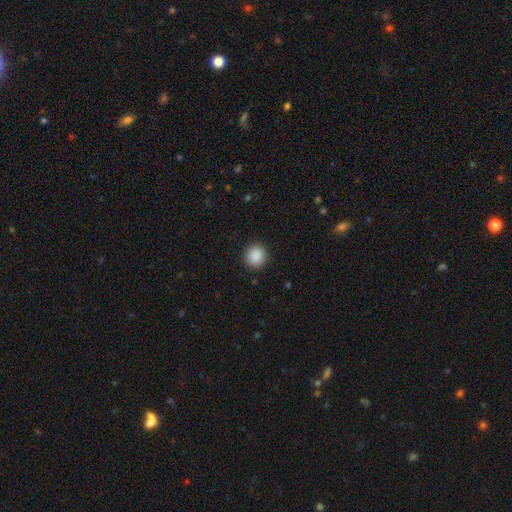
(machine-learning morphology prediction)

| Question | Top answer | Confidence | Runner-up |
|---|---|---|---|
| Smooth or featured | smooth | 89% | star or artifact (8%) |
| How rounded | round | 89% | in between (10%) |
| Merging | none | 91% | minor disturbance (6%) |